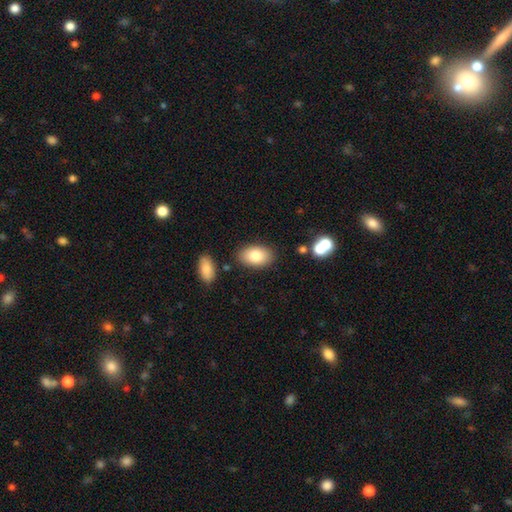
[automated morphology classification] Q: Smooth or featured?
A: smooth (81%); runner-up: featured or disk (11%)
Q: How rounded?
A: in between (91%); runner-up: round (8%)
Q: Merging?
A: none (83%); runner-up: minor disturbance (10%)